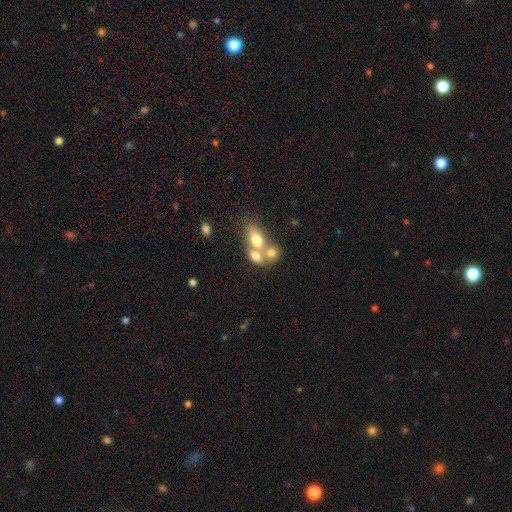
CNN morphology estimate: The model was most divided on "merging": merger: 65%, none: 24%, minor disturbance: 7%, major disturbance: 5%. More confident: how rounded — in between (71%); smooth or featured — smooth (67%).